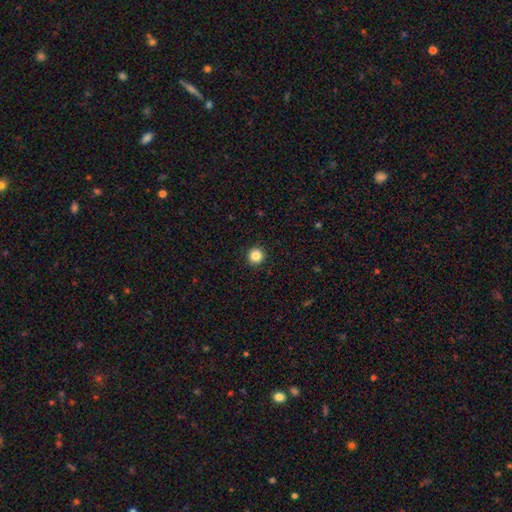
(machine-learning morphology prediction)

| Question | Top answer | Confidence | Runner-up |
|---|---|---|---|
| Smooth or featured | smooth | 85% | star or artifact (11%) |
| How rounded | round | 95% | in between (4%) |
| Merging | none | 93% | minor disturbance (4%) |